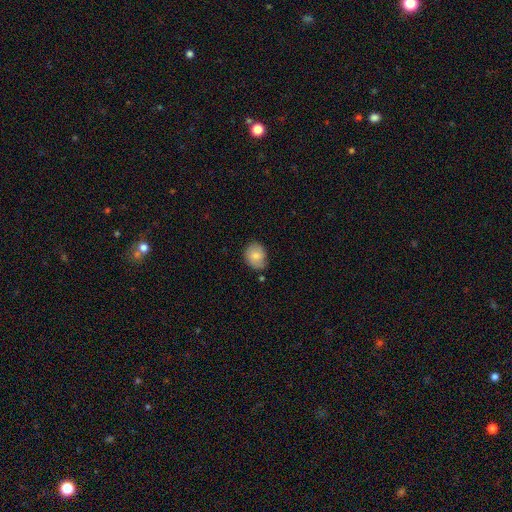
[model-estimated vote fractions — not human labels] This is likely a smooth galaxy (78%). How rounded: possibly round (55%). Merging: likely none (68%).